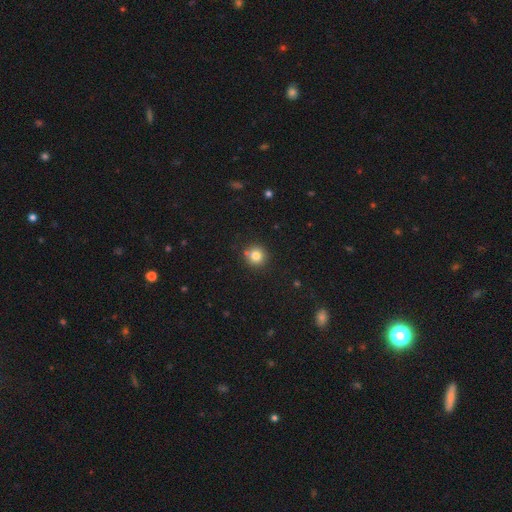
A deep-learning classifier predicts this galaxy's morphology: Smooth or featured?
  - smooth: 81% *
  - star or artifact: 12%
  - featured or disk: 7%
How rounded?
  - round: 93% *
  - in between: 6%
  - cigar-shaped: 1%
Merging?
  - none: 83% *
  - minor disturbance: 9%
  - merger: 6%
  - major disturbance: 2%